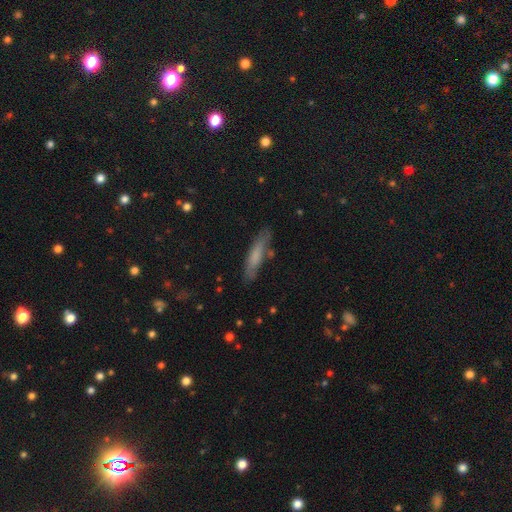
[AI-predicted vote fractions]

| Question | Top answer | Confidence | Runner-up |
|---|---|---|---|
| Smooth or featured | smooth | 68% | featured or disk (25%) |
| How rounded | cigar-shaped | 83% | in between (16%) |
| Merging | none | 76% | minor disturbance (17%) |